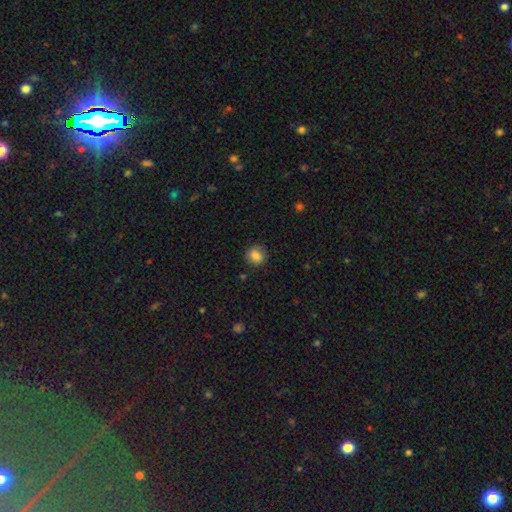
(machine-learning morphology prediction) smooth 85%, star or artifact 9%, featured or disk 6%. Down the decision tree: how rounded — round (75%); merging — none (84%).